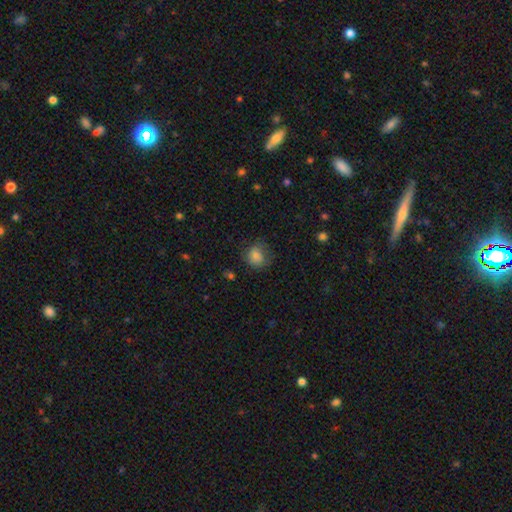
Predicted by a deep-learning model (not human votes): A smooth galaxy with no disk features (78%) that is round (75%). Merging: none (64%).